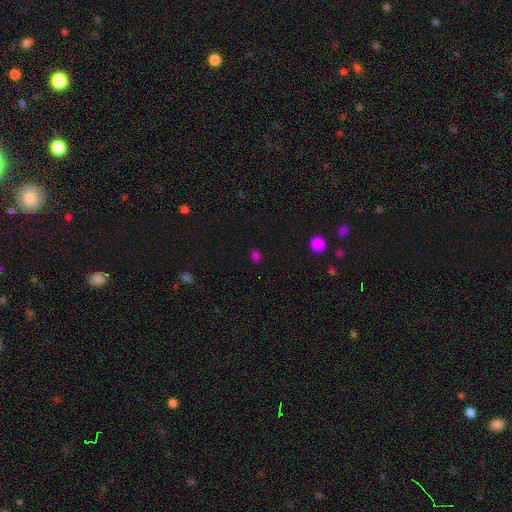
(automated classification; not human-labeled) Smooth or featured? Predicted: smooth (p=0.71). How rounded? Predicted: in between (p=0.65). Merging? Predicted: none (p=0.83).